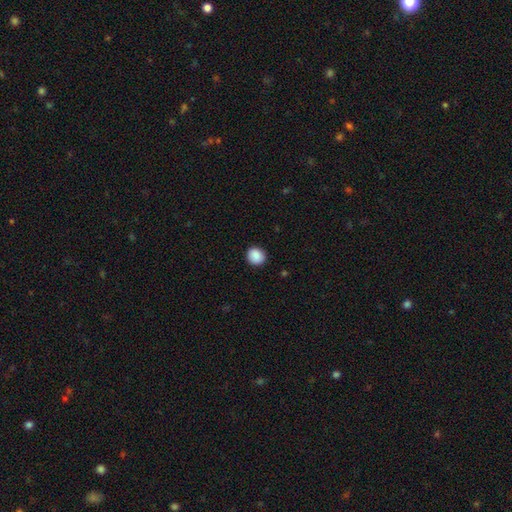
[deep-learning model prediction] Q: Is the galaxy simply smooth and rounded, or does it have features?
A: smooth — 89%.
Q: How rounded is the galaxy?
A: round — 86%.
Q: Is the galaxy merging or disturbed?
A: none — 91%.